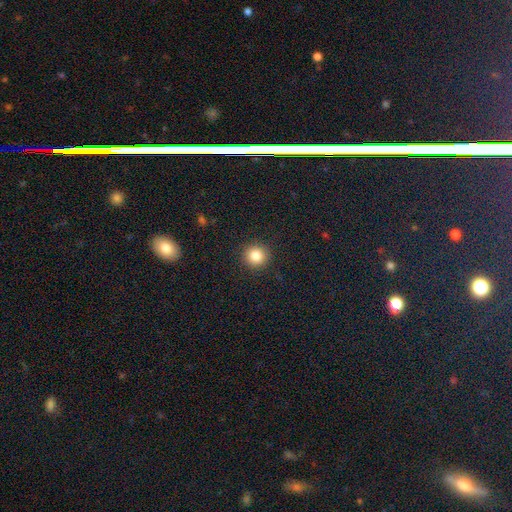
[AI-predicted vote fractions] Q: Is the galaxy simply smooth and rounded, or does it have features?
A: smooth — 84%.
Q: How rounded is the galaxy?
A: round — 94%.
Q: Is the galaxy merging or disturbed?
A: none — 92%.